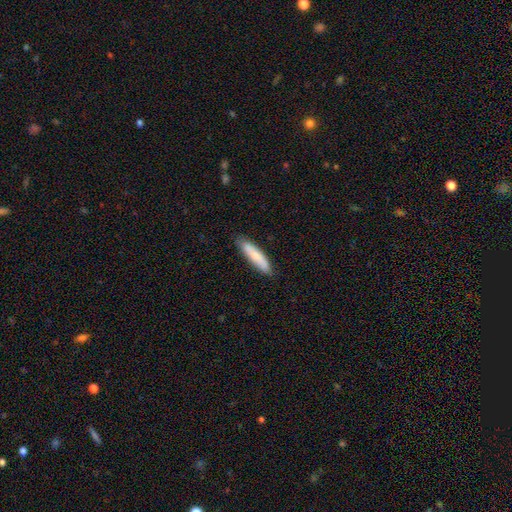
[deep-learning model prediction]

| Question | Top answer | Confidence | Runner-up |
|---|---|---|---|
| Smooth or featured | smooth | 77% | featured or disk (17%) |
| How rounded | cigar-shaped | 78% | in between (21%) |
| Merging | none | 84% | minor disturbance (13%) |